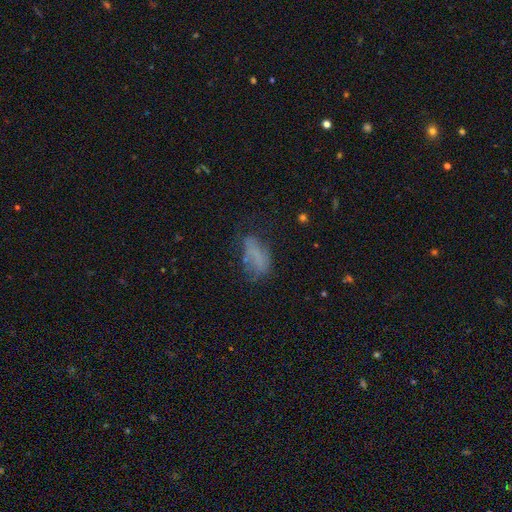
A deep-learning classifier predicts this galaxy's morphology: Smooth or featured?
  - smooth: 57% *
  - featured or disk: 27%
  - star or artifact: 16%
How rounded?
  - in between: 85% *
  - cigar-shaped: 9%
  - round: 5%
Merging?
  - none: 42% *
  - minor disturbance: 27%
  - major disturbance: 27%
  - merger: 5%